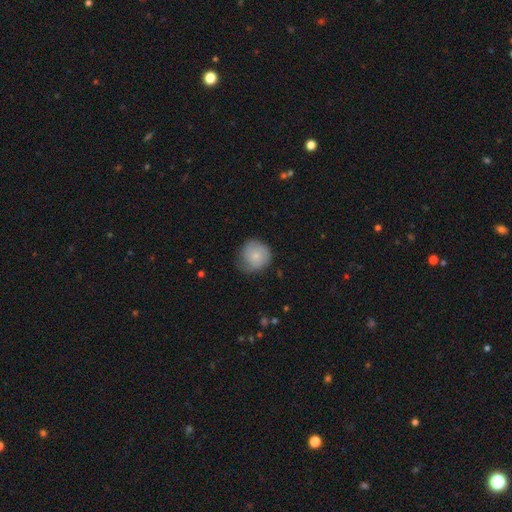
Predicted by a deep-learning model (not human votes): smooth 71%, featured or disk 23%, star or artifact 7%. Down the decision tree: how rounded — round (90%); merging — none (63%).